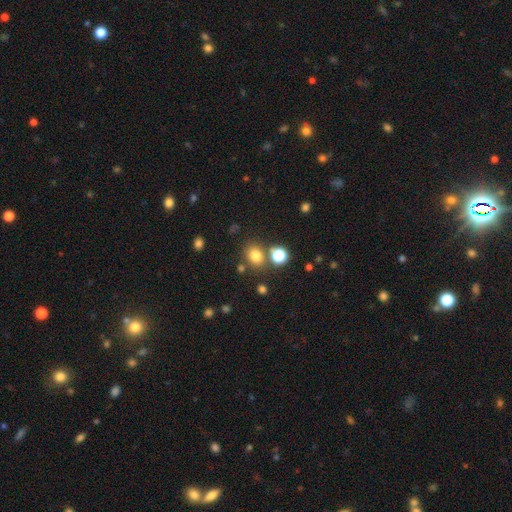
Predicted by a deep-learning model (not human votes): smooth-or-featured: smooth: 77% | star or artifact: 16% | featured or disk: 7%
  how-rounded: round: 59% | in between: 40% | cigar-shaped: 1%
  merging: none: 74% | merger: 12% | minor disturbance: 11% | major disturbance: 4%